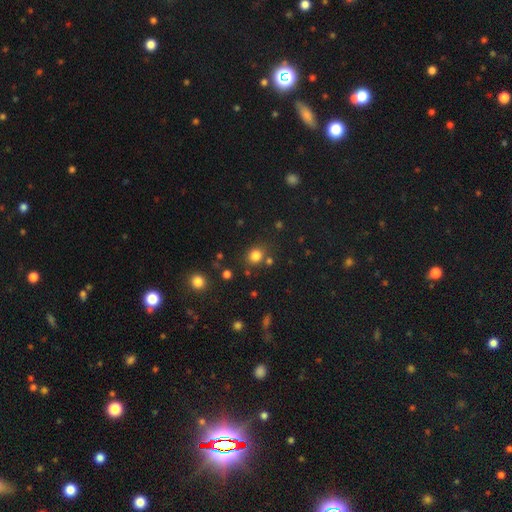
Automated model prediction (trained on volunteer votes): Smooth or featured?
  - smooth: 81% *
  - star or artifact: 14%
  - featured or disk: 5%
How rounded?
  - round: 76% *
  - in between: 23%
  - cigar-shaped: 1%
Merging?
  - none: 79% *
  - minor disturbance: 10%
  - merger: 8%
  - major disturbance: 4%